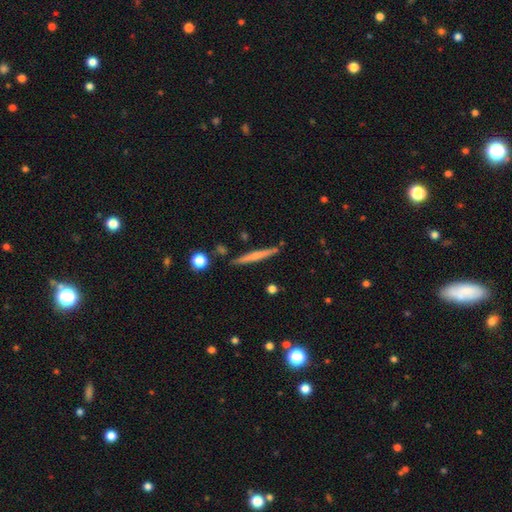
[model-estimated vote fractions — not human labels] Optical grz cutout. It shows a smooth galaxy with no disk features (51%) that is cigar-shaped (96%). Merging: none (86%).